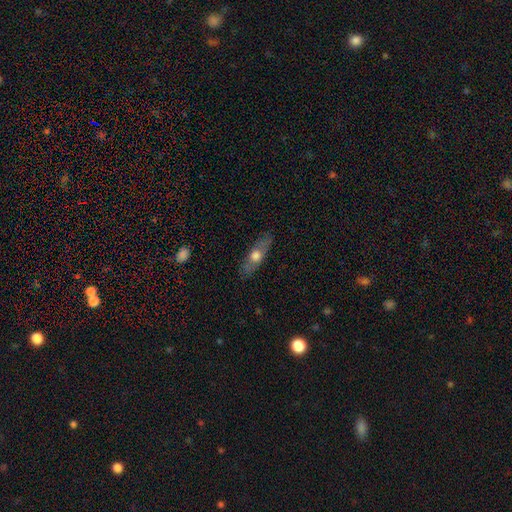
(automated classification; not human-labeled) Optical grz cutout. It shows a smooth galaxy with no disk features (54%) that is cigar-shaped (49%). Merging: none (83%).